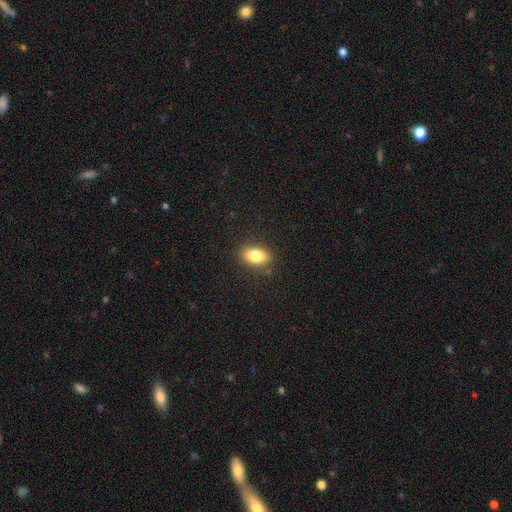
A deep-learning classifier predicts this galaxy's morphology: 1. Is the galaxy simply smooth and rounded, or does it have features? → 82% smooth, 10% featured or disk, 8% star or artifact.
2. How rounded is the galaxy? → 87% in between, 10% round, 3% cigar-shaped.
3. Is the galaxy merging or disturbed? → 85% none, 11% minor disturbance, 3% major disturbance, 1% merger.